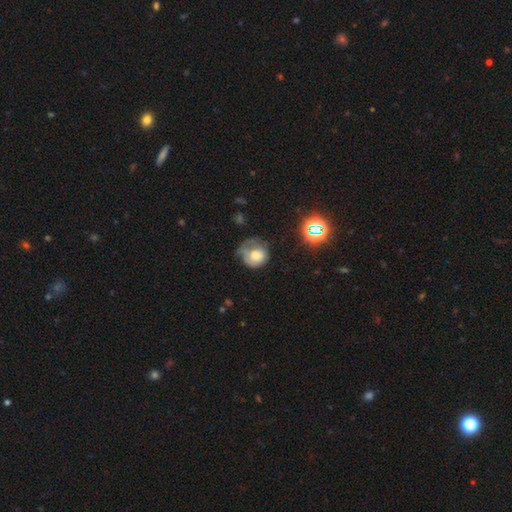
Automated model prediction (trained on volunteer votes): Smooth or featured: smooth — 59% (featured or disk — 30%)
How rounded: round — 79% (in between — 20%)
Merging: none — 35% (major disturbance — 32%)